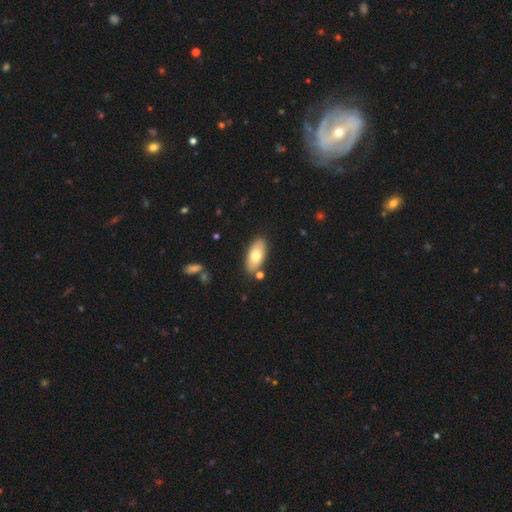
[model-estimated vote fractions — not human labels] Smooth or featured: smooth — 71% (featured or disk — 23%)
How rounded: in between — 89% (cigar-shaped — 8%)
Merging: none — 83% (minor disturbance — 10%)